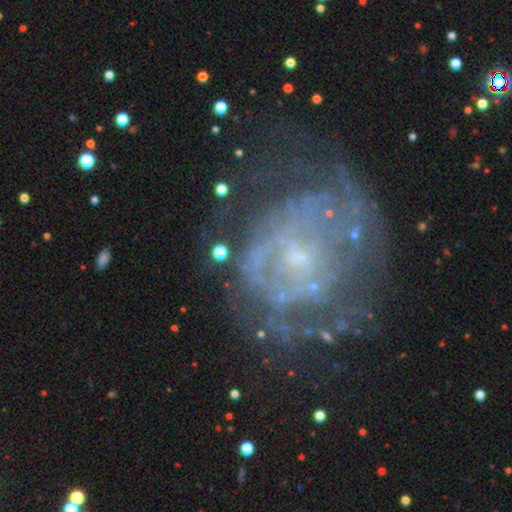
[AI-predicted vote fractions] Smooth or featured? Predicted: featured or disk (p=0.75). Edge-on disk? Predicted: no (p=0.98). Bar? Predicted: no (p=0.64). Spiral arms? Predicted: yes (p=0.68). Spiral winding? Predicted: tight (p=0.46). Spiral arm count? Predicted: can't tell (p=0.48). Bulge size? Predicted: small (p=0.66). Merging? Predicted: none (p=0.51).